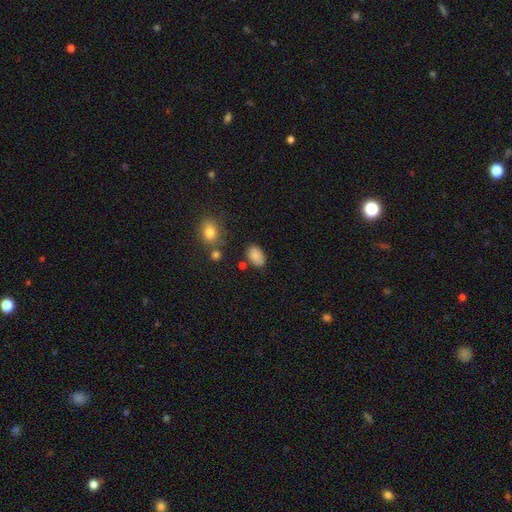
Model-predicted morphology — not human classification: smooth-or-featured: smooth: 84% | star or artifact: 9% | featured or disk: 7%
  how-rounded: in between: 87% | round: 12% | cigar-shaped: 1%
  merging: none: 77% | minor disturbance: 15% | merger: 4% | major disturbance: 4%